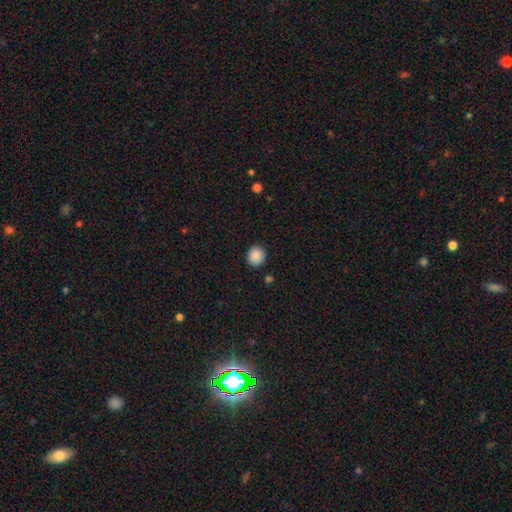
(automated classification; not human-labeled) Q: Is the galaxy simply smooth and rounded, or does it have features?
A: smooth — 87%.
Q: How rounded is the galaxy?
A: round — 88%.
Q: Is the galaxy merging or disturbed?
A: none — 90%.